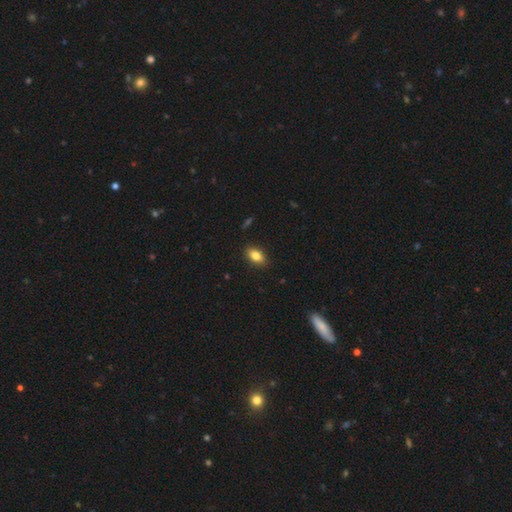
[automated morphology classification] Smooth or featured? smooth (83%)
How rounded? in between (89%)
Merging? none (89%)